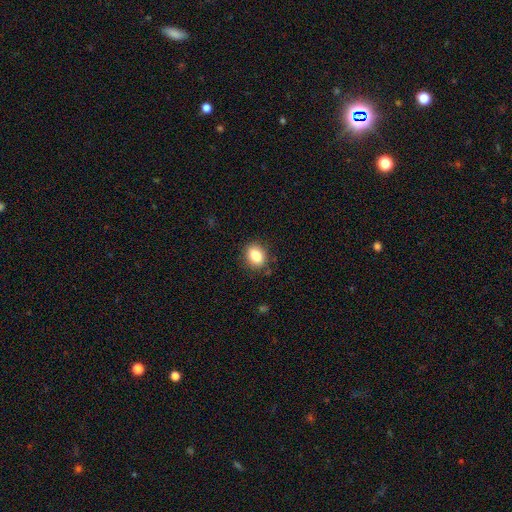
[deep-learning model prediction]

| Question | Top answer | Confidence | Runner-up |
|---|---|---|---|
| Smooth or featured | smooth | 85% | star or artifact (9%) |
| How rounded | in between | 64% | round (35%) |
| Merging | none | 85% | minor disturbance (11%) |